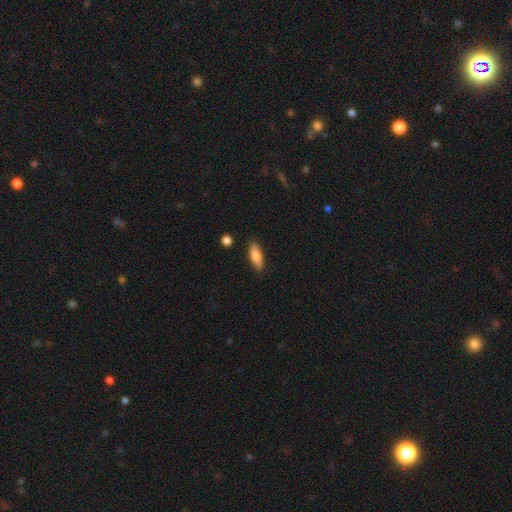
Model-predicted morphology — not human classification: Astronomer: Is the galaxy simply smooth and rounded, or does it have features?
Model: smooth — 77%.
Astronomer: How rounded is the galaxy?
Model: in between — 58% (runner-up: cigar-shaped, 40%).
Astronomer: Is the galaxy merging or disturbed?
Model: none — 87%.